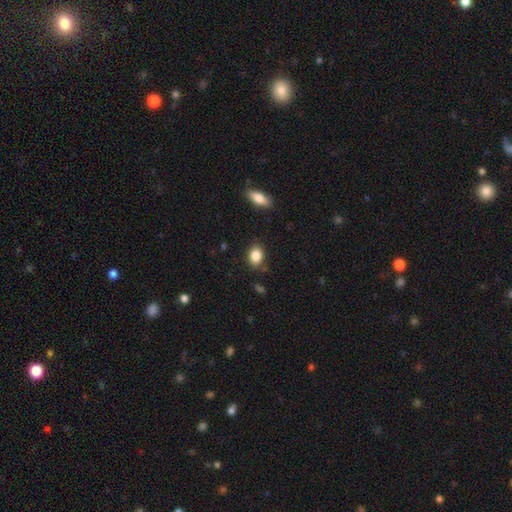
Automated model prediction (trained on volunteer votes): Smooth or featured? Predicted: smooth (p=0.86). How rounded? Predicted: in between (p=0.66). Merging? Predicted: none (p=0.84).